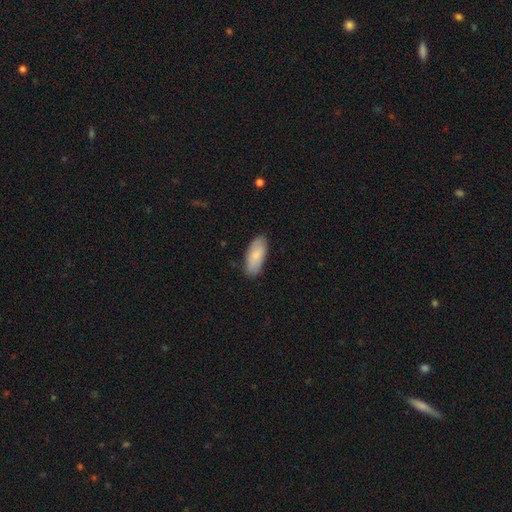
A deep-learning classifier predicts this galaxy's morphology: This is likely a smooth galaxy (79%). How rounded: clearly in between (86%). Merging: clearly none (81%).